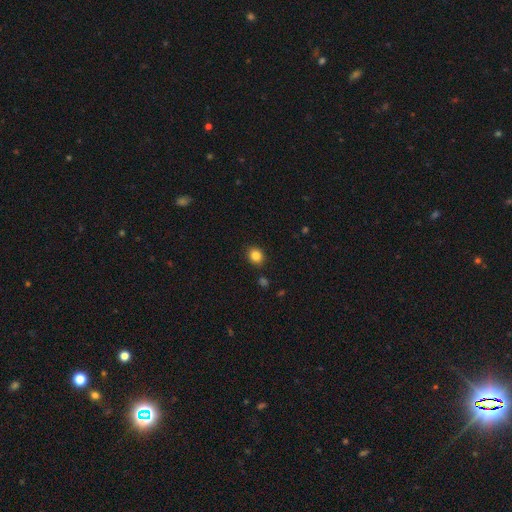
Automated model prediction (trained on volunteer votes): This appears to be a smooth galaxy with no disk features (84%) that is round (71%). Merging: none (89%).